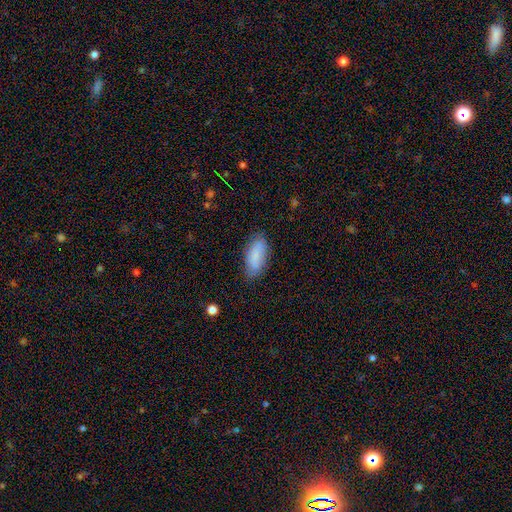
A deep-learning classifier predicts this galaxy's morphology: Smooth or featured? smooth (84%)
How rounded? in between (83%)
Merging? none (79%)